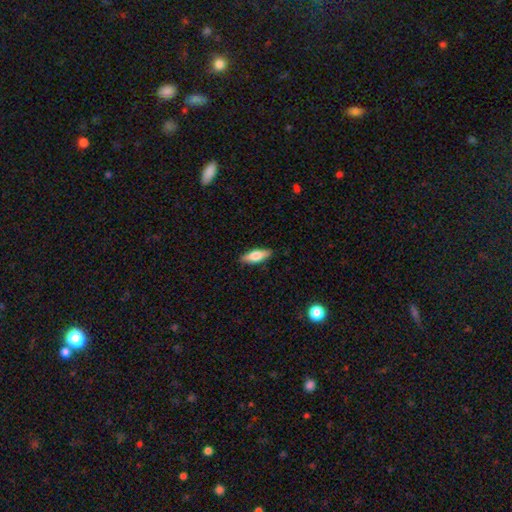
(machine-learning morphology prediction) This is likely a smooth galaxy (65%). How rounded: possibly in between (58%). Merging: clearly none (88%).